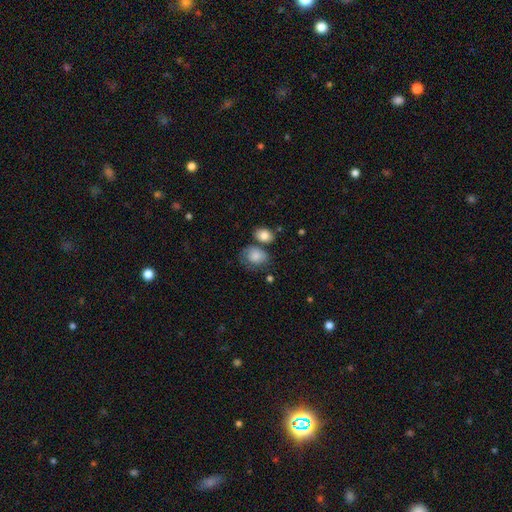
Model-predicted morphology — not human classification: Q: Smooth or featured?
A: smooth (80%); runner-up: featured or disk (12%)
Q: How rounded?
A: in between (56%); runner-up: round (43%)
Q: Merging?
A: none (45%); runner-up: minor disturbance (27%)